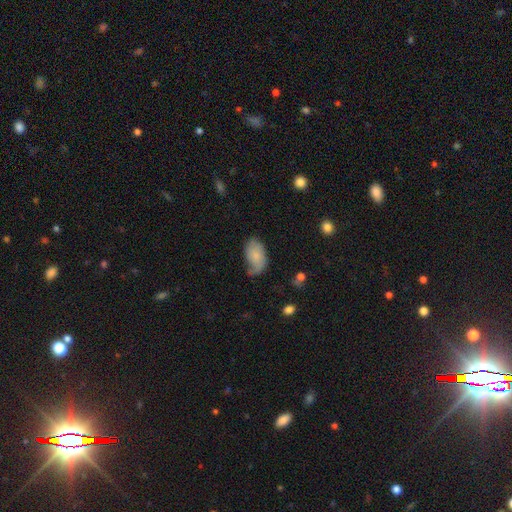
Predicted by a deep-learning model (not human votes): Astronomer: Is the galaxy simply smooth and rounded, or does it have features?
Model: smooth — 70%.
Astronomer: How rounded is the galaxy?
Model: in between — 93%.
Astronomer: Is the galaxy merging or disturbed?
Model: none — 41% (runner-up: minor disturbance, 37%).